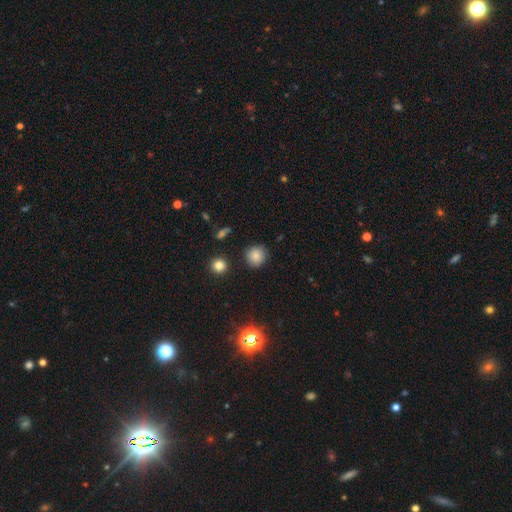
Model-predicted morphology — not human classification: This is clearly a smooth galaxy (83%). How rounded: clearly round (90%). Merging: clearly none (87%).